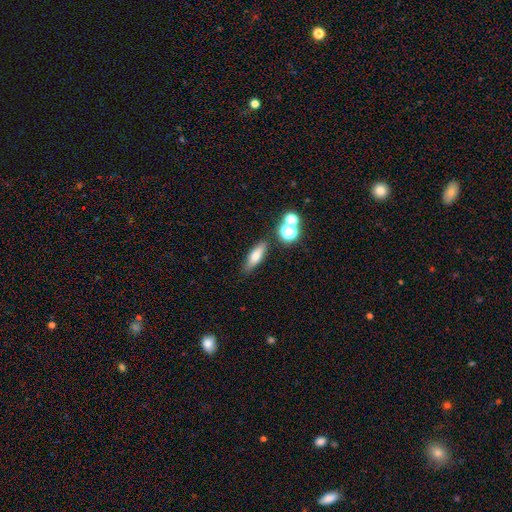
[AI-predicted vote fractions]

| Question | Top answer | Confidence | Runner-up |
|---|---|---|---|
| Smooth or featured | smooth | 65% | featured or disk (24%) |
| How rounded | cigar-shaped | 49% | in between (45%) |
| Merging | none | 79% | minor disturbance (11%) |